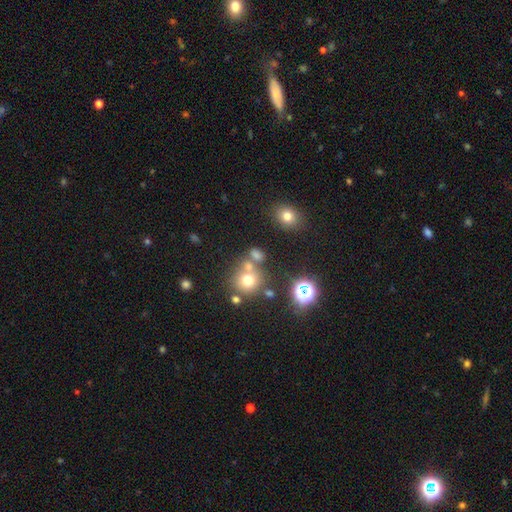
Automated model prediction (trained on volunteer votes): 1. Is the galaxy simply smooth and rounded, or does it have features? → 60% smooth, 27% star or artifact, 13% featured or disk.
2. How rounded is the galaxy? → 78% round, 21% in between, 1% cigar-shaped.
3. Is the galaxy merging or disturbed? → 56% none, 30% merger, 9% minor disturbance, 5% major disturbance.